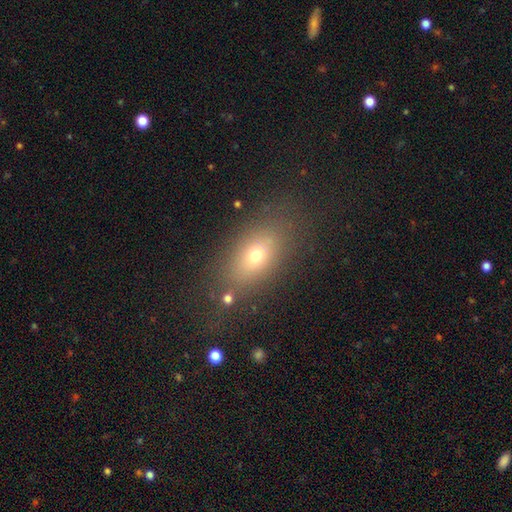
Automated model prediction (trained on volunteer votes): Smooth or featured? smooth (66%)
How rounded? in between (77%)
Merging? none (78%)